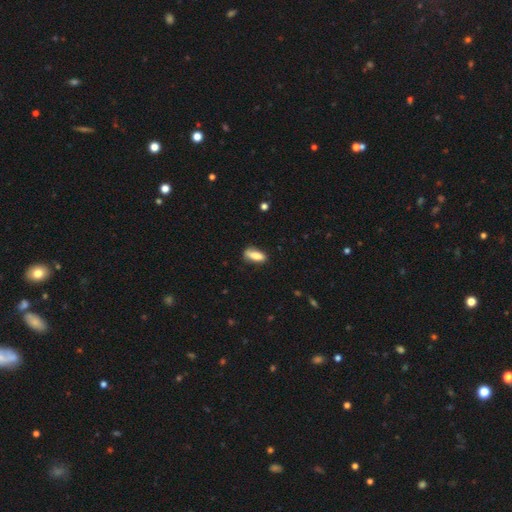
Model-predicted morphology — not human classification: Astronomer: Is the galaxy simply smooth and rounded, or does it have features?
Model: smooth — 82%.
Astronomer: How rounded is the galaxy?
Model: in between — 72%.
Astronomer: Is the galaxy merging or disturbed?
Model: none — 74%.